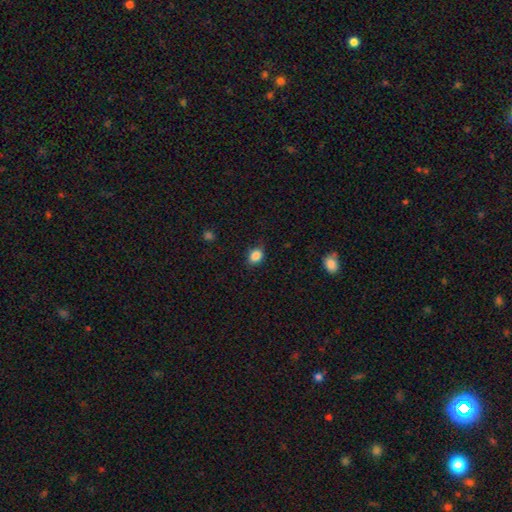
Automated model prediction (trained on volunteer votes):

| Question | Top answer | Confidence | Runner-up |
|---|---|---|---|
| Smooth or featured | smooth | 86% | star or artifact (10%) |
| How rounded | in between | 56% | round (43%) |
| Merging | none | 80% | minor disturbance (16%) |